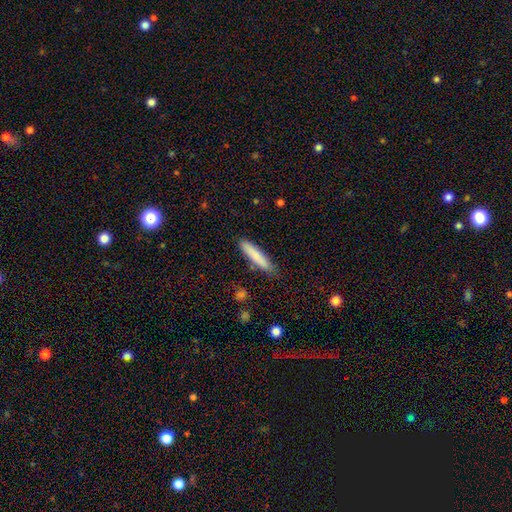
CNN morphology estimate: A smooth galaxy with no disk features (81%) that is cigar-shaped (87%). Merging: none (82%).